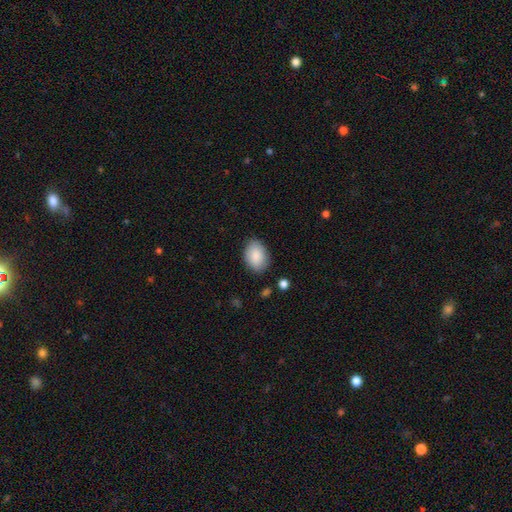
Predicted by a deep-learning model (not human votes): A smooth galaxy with no disk features (87%) that is in between round and cigar-shaped (80%). Merging: none (83%).